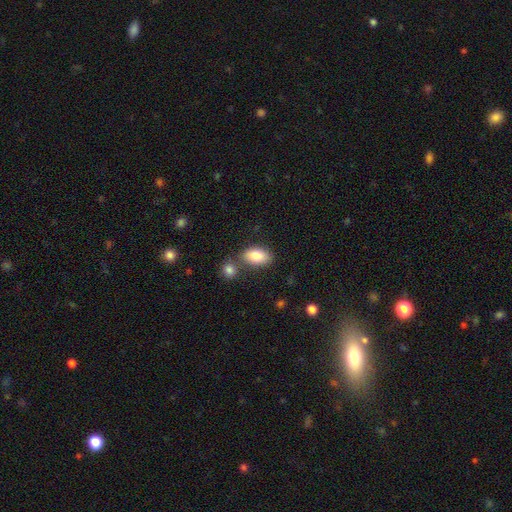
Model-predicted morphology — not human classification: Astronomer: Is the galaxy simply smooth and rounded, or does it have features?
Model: smooth — 85%.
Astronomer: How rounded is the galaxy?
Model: in between — 92%.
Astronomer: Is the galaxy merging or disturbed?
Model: none — 63%.